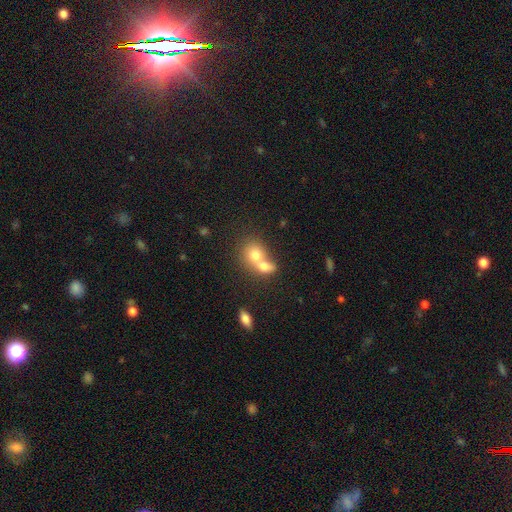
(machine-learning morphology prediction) smooth-or-featured: smooth: 71% | featured or disk: 19% | star or artifact: 10%
  how-rounded: round: 61% | in between: 38% | cigar-shaped: 1%
  merging: merger: 70% | none: 21% | minor disturbance: 5% | major disturbance: 3%